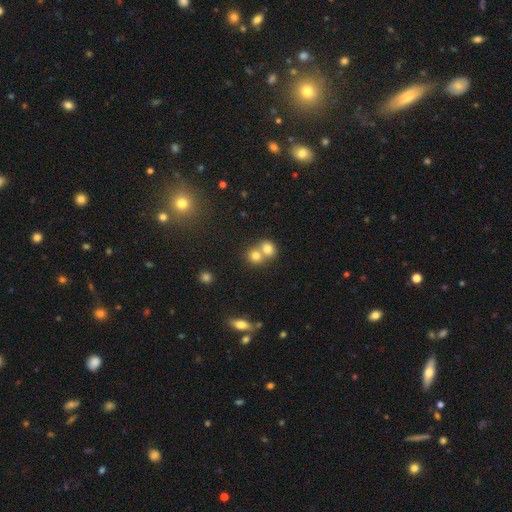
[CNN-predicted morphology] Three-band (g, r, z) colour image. It shows a smooth galaxy with no disk features (77%) that is round (75%). Merging: merger (61%).